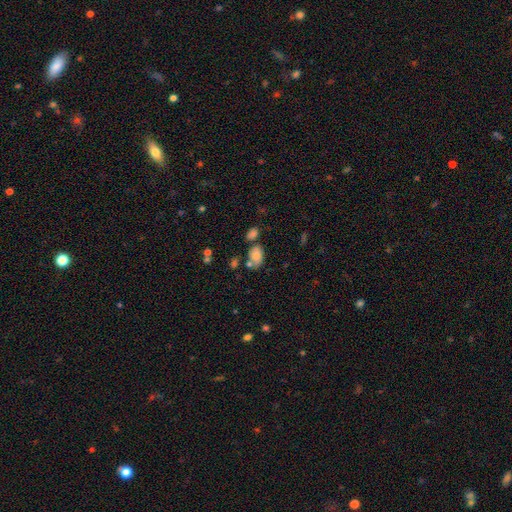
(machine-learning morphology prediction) Overall: smooth (76%). How rounded: in between (85%). Merging: none (48%; merger 24%).